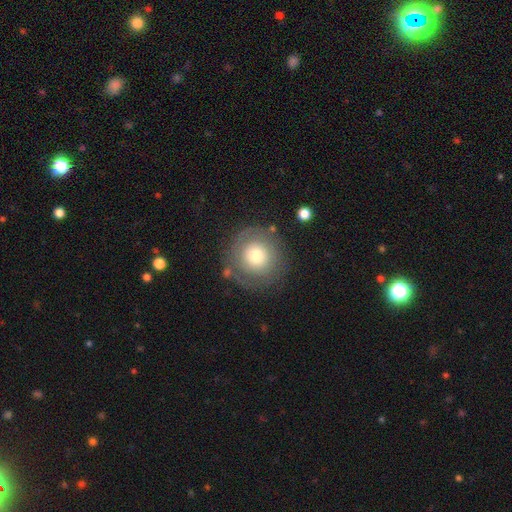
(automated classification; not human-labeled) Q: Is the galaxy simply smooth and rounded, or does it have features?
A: smooth — 63%.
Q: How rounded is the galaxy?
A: round — 94%.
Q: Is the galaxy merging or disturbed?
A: none — 77%.